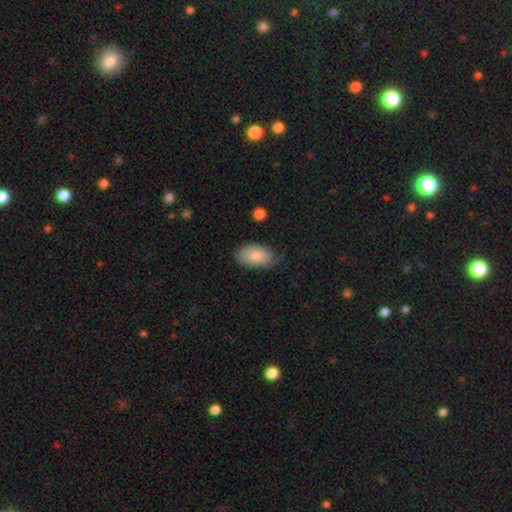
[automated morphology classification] Smooth or featured? smooth (82%)
How rounded? in between (94%)
Merging? none (66%)